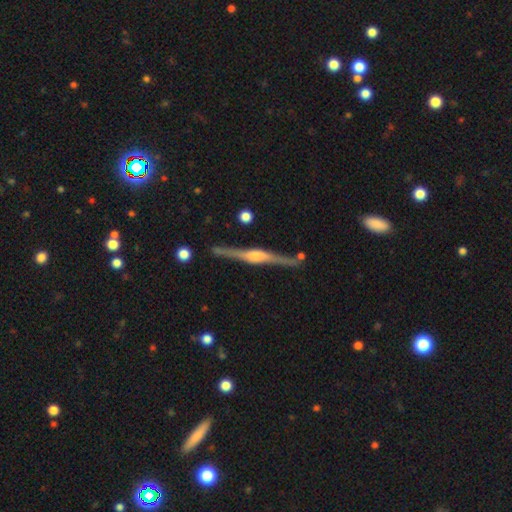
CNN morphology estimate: The model was most divided on "edge-on bulge": rounded: 82%, boxy: 13%, none: 5%. More confident: edge-on disk — yes (98%); merging — none (86%); smooth or featured — featured or disk (85%).